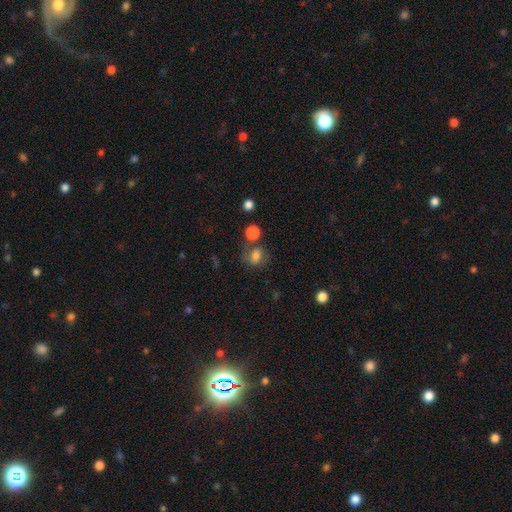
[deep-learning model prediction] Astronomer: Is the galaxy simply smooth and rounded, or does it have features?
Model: smooth — 75%.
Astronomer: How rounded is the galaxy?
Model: round — 51% (runner-up: in between, 48%).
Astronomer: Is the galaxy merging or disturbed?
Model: none — 59%.